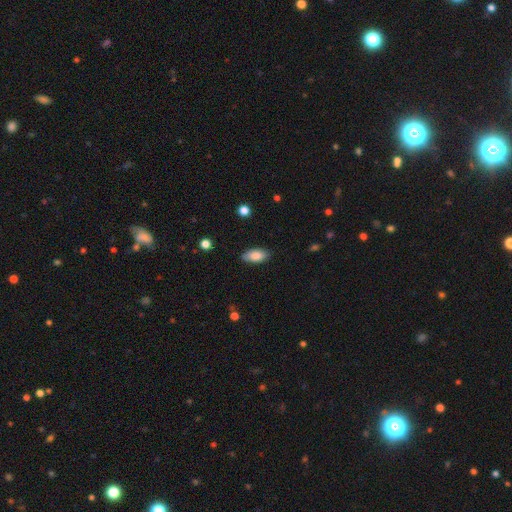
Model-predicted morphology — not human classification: The model was most divided on "merging": none: 85%, minor disturbance: 11%, major disturbance: 2%, merger: 1%. More confident: how rounded — in between (90%); smooth or featured — smooth (86%).